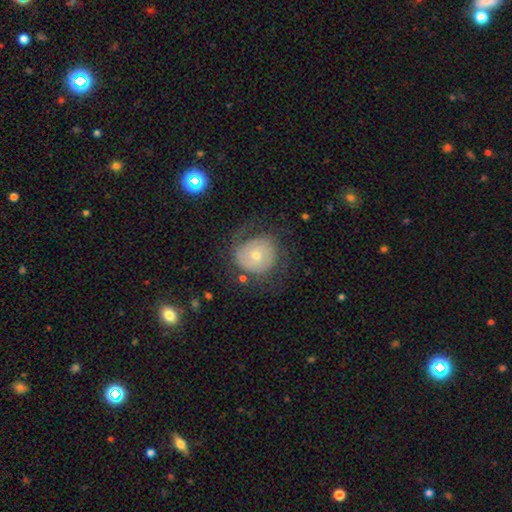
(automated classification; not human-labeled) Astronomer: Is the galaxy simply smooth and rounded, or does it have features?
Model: featured or disk — 68%.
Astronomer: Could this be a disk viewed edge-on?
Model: no — 97%.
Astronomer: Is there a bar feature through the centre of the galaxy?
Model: no — 76%.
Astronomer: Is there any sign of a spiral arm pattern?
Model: yes — 84%.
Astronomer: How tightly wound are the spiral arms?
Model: tight — 61%.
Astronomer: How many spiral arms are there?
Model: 2 — 50% (runner-up: can't tell, 28%).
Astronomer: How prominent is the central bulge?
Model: moderate — 49% (runner-up: small, 47%).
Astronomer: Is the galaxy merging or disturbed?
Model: none — 61%.